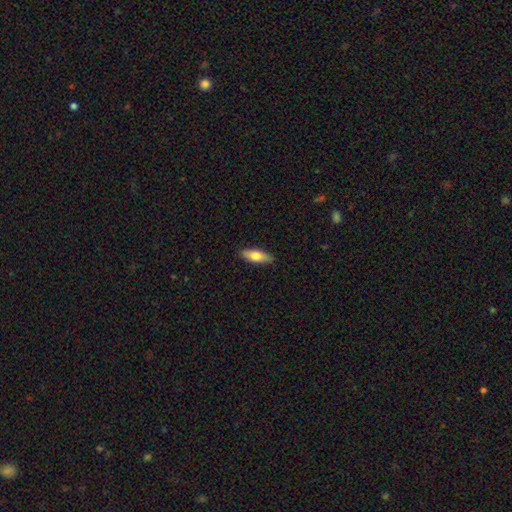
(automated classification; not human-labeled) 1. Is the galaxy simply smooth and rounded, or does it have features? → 74% smooth, 20% featured or disk, 6% star or artifact.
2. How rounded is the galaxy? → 68% in between, 30% cigar-shaped, 2% round.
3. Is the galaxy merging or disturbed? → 87% none, 10% minor disturbance, 2% major disturbance, 1% merger.